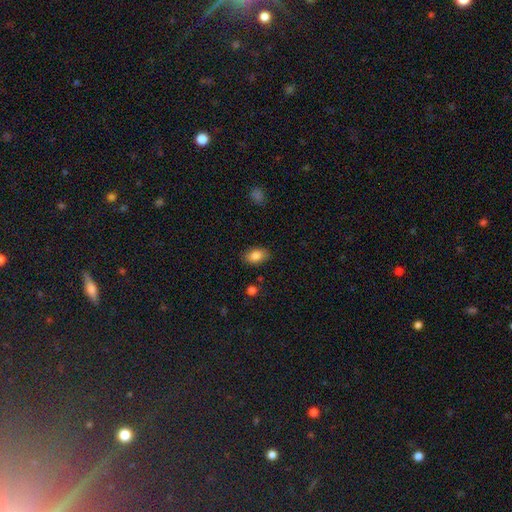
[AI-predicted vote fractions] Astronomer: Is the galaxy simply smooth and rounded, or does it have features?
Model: smooth — 85%.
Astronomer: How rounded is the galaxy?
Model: in between — 88%.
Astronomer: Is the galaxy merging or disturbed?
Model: none — 84%.